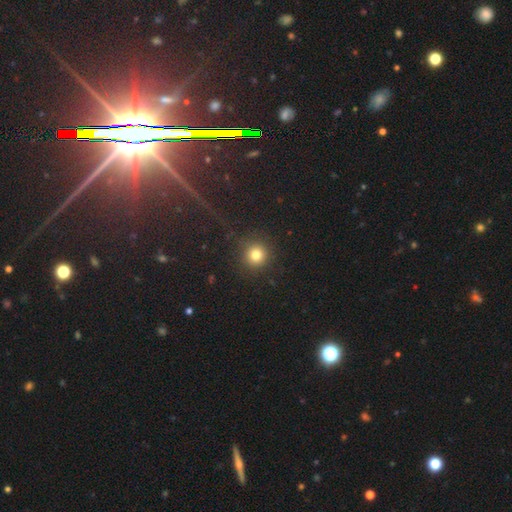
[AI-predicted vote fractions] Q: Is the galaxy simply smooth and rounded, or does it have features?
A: smooth — 77%.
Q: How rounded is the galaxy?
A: round — 95%.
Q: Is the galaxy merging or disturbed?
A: none — 92%.